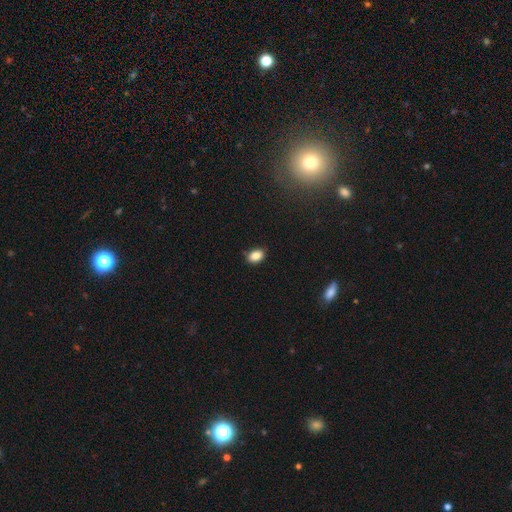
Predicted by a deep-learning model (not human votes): Smooth or featured?
  - smooth: 86% *
  - star or artifact: 9%
  - featured or disk: 5%
How rounded?
  - in between: 85% *
  - round: 14%
  - cigar-shaped: 2%
Merging?
  - none: 85% *
  - minor disturbance: 12%
  - major disturbance: 2%
  - merger: 1%